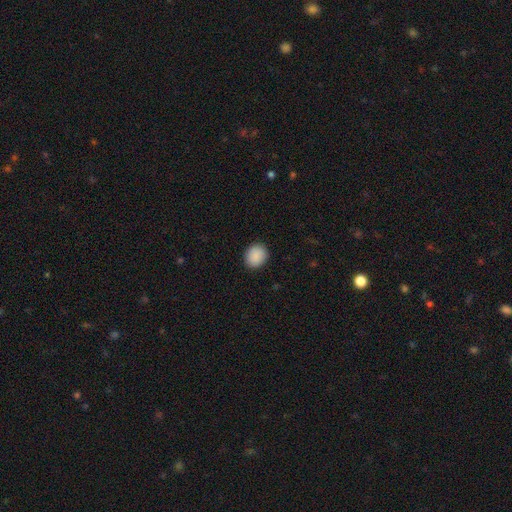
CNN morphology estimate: The model was most divided on "how rounded": round: 69%, in between: 30%, cigar-shaped: 1%. More confident: merging — none (90%); smooth or featured — smooth (90%).